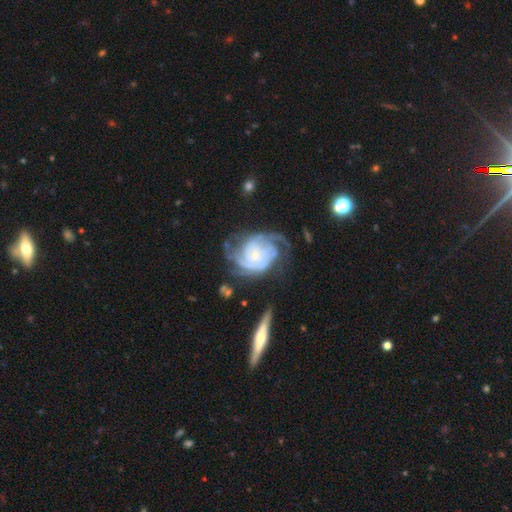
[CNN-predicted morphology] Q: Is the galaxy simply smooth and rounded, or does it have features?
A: featured or disk — 88%.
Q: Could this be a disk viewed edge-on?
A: no — 98%.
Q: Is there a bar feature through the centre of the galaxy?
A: no — 67%.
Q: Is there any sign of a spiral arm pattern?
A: yes — 96%.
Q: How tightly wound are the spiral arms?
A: tight — 57%.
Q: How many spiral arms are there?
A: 2 — 26%, tied with 3.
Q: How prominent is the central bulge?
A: small — 70%.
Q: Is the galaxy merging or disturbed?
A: none — 54%.